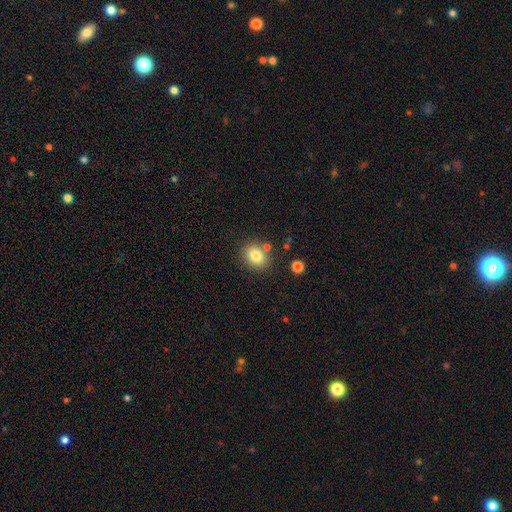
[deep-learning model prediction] This appears to be a smooth galaxy with no disk features (81%) that is round (57%). Merging: none (77%).